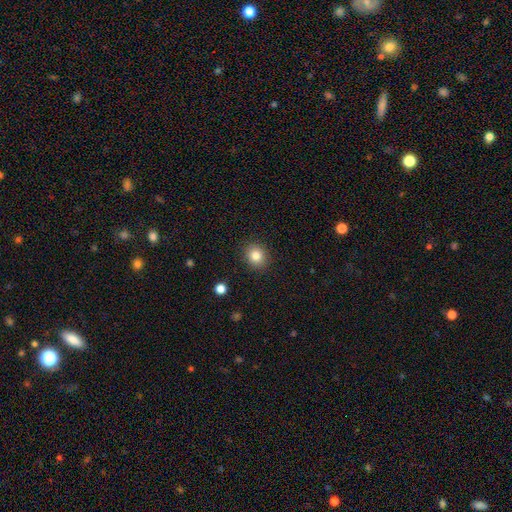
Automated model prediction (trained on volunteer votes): This is clearly a smooth galaxy (83%). How rounded: likely round (77%). Merging: clearly none (90%).